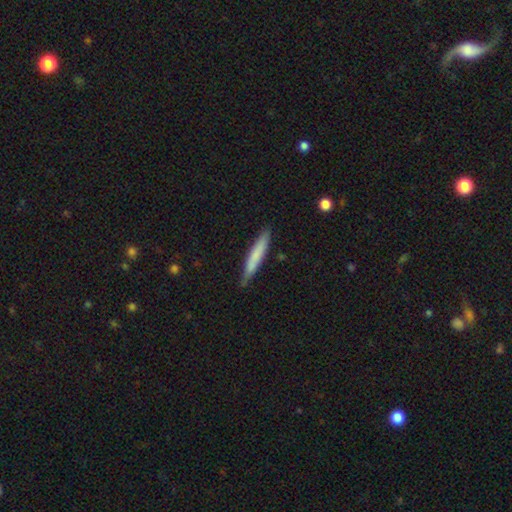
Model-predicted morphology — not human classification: The model was most divided on "smooth or featured": smooth: 71%, featured or disk: 24%, star or artifact: 5%. More confident: how rounded — cigar-shaped (94%); merging — none (81%).